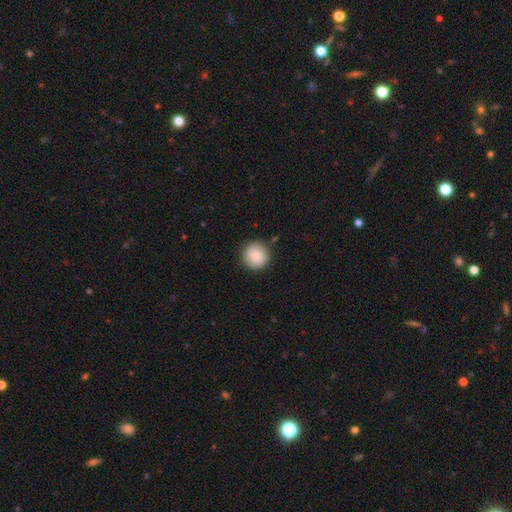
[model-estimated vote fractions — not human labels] A smooth galaxy with no disk features (78%) that is round (95%).

Vote fractions:
- Smooth or featured? smooth: 78% / featured or disk: 15% / star or artifact: 7%
- How rounded? round: 95% / in between: 4% / cigar-shaped: 1%
- Merging? none: 87% / minor disturbance: 9% / major disturbance: 2% / merger: 1%